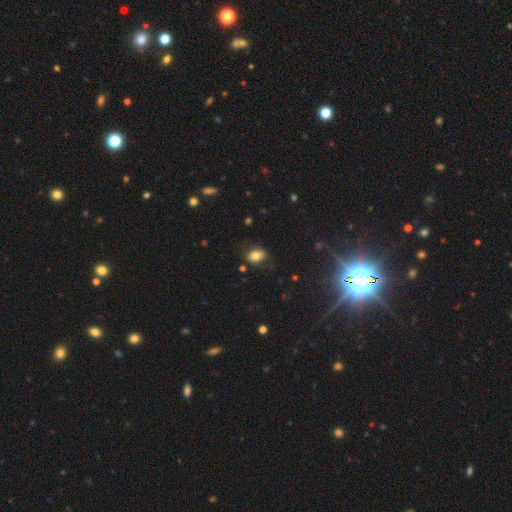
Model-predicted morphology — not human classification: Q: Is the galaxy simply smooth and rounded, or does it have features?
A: smooth — 75%.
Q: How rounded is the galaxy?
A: in between — 80%.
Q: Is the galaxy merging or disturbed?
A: none — 70%.